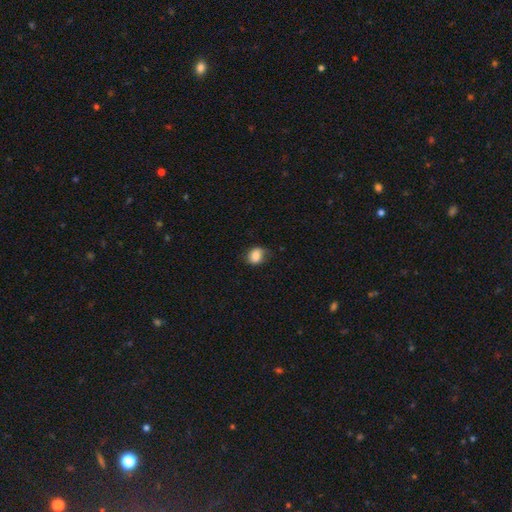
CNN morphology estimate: A smooth galaxy with no disk features (83%) that is in between round and cigar-shaped (51%). Merging: none (59%).